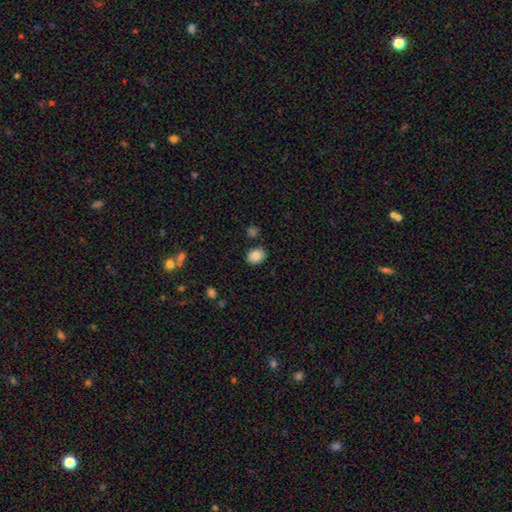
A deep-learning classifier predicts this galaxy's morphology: This appears to be a smooth galaxy with no disk features (86%) that is in between round and cigar-shaped (63%). Merging: none (83%).